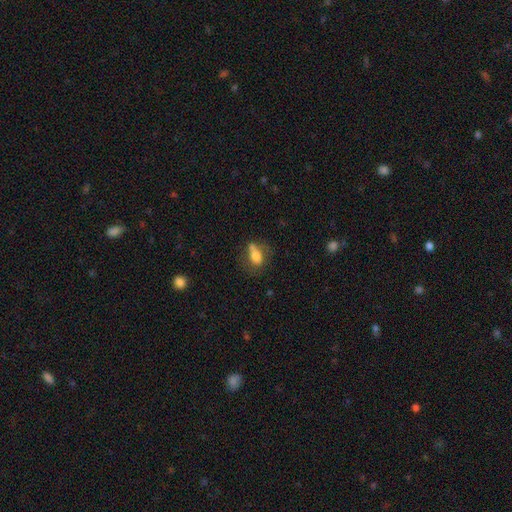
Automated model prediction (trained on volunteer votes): Overall: smooth (73%). How rounded: in between (77%). Merging: none (46%; minor disturbance 27%).